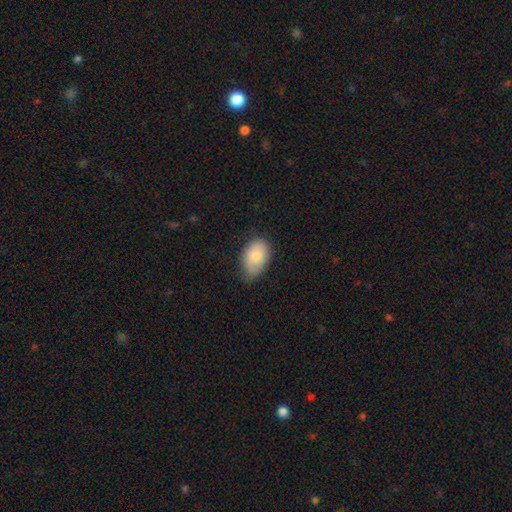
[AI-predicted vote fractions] Smooth or featured?
  - smooth: 81% *
  - featured or disk: 12%
  - star or artifact: 7%
How rounded?
  - in between: 89% *
  - round: 10%
  - cigar-shaped: 1%
Merging?
  - none: 69% *
  - minor disturbance: 25%
  - major disturbance: 4%
  - merger: 1%